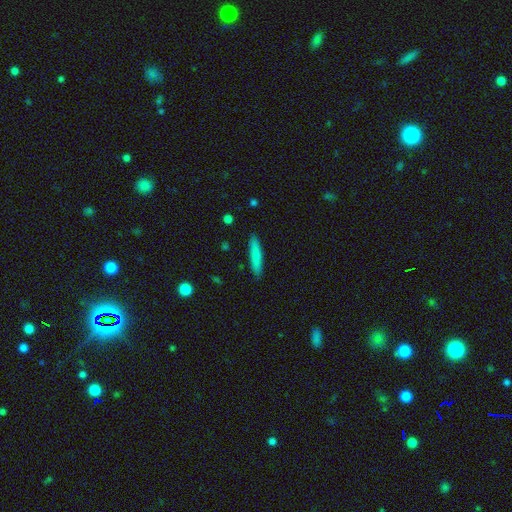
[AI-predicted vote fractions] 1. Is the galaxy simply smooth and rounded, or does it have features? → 80% smooth, 14% featured or disk, 6% star or artifact.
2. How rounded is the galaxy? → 87% cigar-shaped, 11% in between, 1% round.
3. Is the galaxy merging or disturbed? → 89% none, 8% minor disturbance, 2% major disturbance, 1% merger.